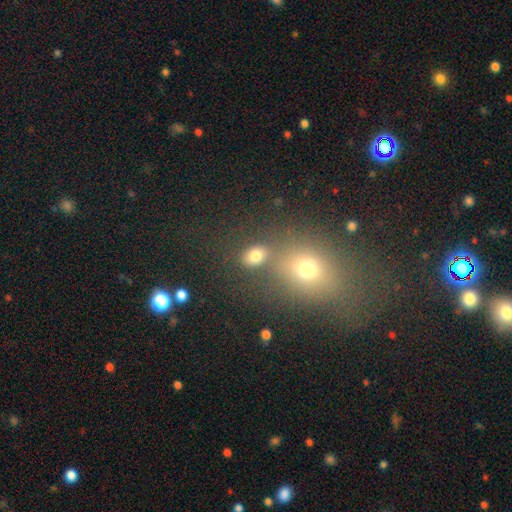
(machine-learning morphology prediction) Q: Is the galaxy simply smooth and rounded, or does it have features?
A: smooth — 75%.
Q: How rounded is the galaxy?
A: in between — 60%.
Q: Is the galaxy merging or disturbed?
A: none — 67%.